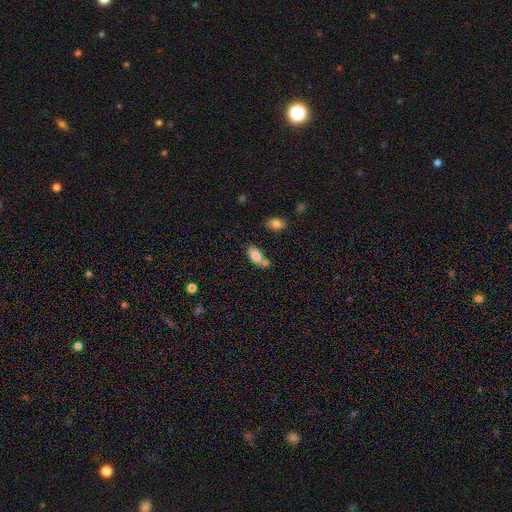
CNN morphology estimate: A smooth galaxy with no disk features (81%) that is in between round and cigar-shaped (91%).

Vote fractions:
- Smooth or featured? smooth: 81% / featured or disk: 12% / star or artifact: 8%
- How rounded? in between: 91% / round: 5% / cigar-shaped: 5%
- Merging? none: 46% / merger: 33% / minor disturbance: 16% / major disturbance: 5%